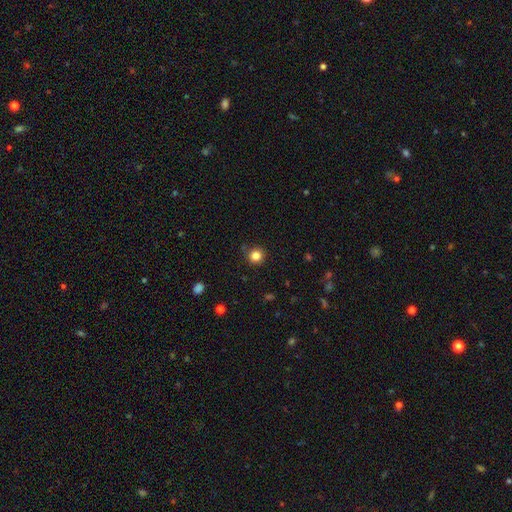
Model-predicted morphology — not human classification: Overall: smooth (83%). How rounded: round (94%). Merging: none (86%).